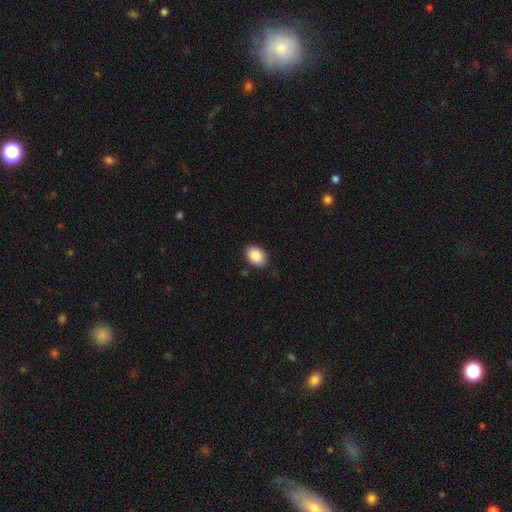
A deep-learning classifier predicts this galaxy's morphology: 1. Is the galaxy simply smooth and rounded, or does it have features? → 89% smooth, 7% star or artifact, 4% featured or disk.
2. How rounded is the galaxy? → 80% in between, 19% round, 1% cigar-shaped.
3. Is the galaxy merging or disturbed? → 85% none, 12% minor disturbance, 2% major disturbance, 1% merger.